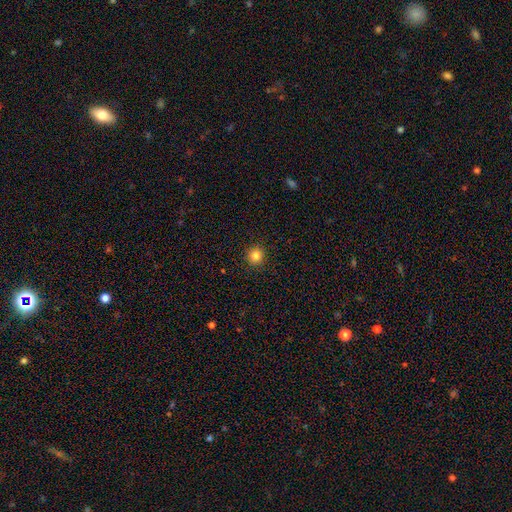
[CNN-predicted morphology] A smooth galaxy with no disk features (83%) that is round (93%). Merging: none (92%).